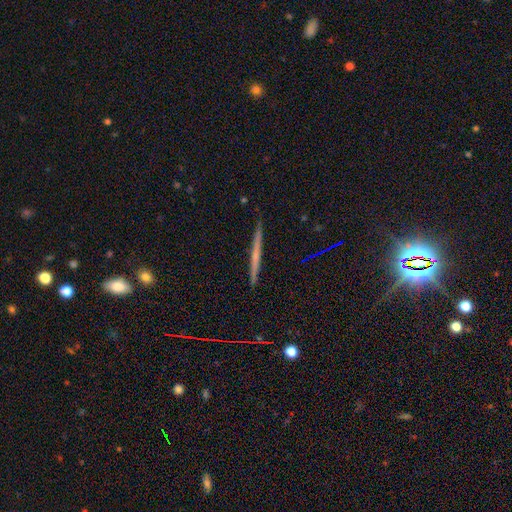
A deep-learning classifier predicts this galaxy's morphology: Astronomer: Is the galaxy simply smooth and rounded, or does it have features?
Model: featured or disk — 57% (runner-up: smooth, 34%).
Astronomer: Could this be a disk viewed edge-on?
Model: yes — 98%.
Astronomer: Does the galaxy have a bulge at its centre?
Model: none — 75%.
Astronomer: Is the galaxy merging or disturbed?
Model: none — 91%.